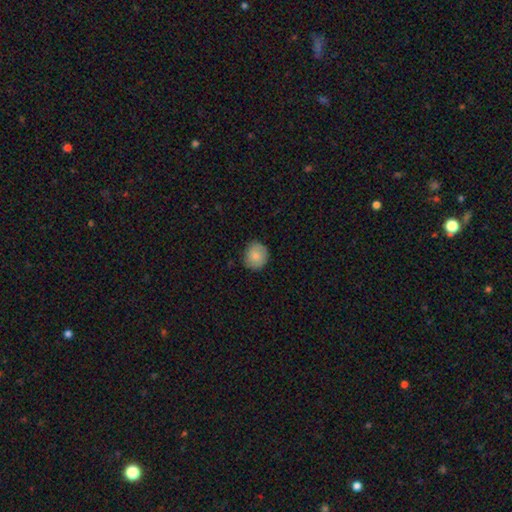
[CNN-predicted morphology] smooth-or-featured: smooth: 82% | featured or disk: 11% | star or artifact: 7%
  how-rounded: round: 82% | in between: 17% | cigar-shaped: 1%
  merging: none: 85% | minor disturbance: 12% | major disturbance: 2% | merger: 1%